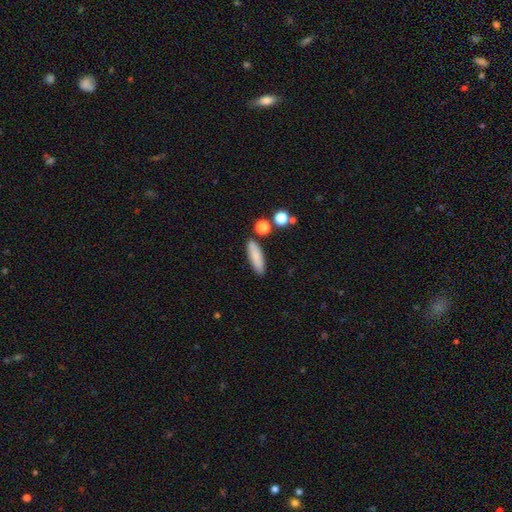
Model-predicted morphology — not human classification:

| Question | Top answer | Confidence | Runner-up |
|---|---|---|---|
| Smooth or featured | smooth | 84% | featured or disk (9%) |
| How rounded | cigar-shaped | 52% | in between (46%) |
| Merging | none | 82% | minor disturbance (10%) |